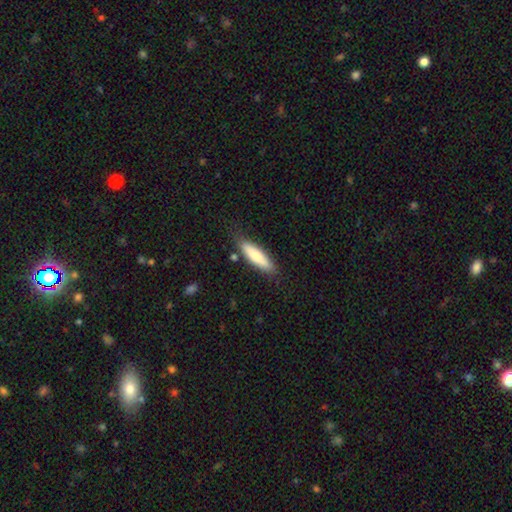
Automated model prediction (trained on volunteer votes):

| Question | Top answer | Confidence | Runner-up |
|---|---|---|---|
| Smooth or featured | smooth | 74% | featured or disk (21%) |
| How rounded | cigar-shaped | 64% | in between (35%) |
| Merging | none | 80% | minor disturbance (14%) |